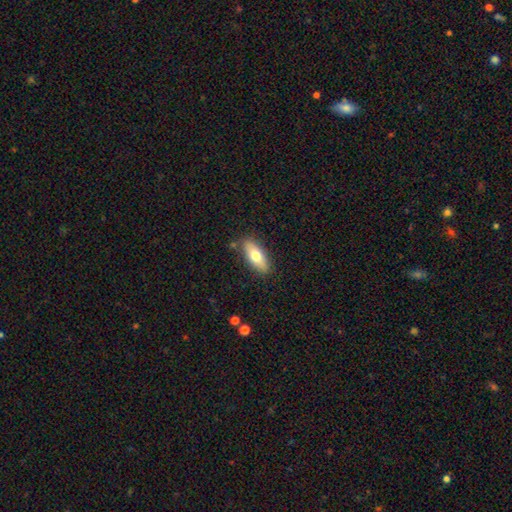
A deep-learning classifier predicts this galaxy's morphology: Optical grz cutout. It shows a smooth galaxy with no disk features (70%) that is in between round and cigar-shaped (76%). Merging: none (83%).